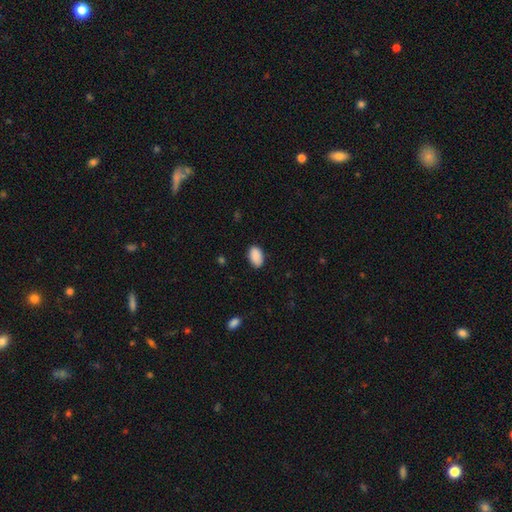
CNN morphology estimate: A smooth galaxy with no disk features (90%) that is in between round and cigar-shaped (93%). Merging: none (85%).